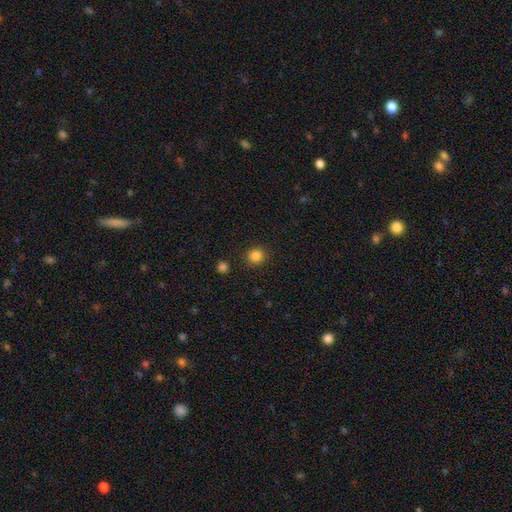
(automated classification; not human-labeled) Smooth or featured? Predicted: smooth (p=0.85). How rounded? Predicted: round (p=0.88). Merging? Predicted: none (p=0.90).